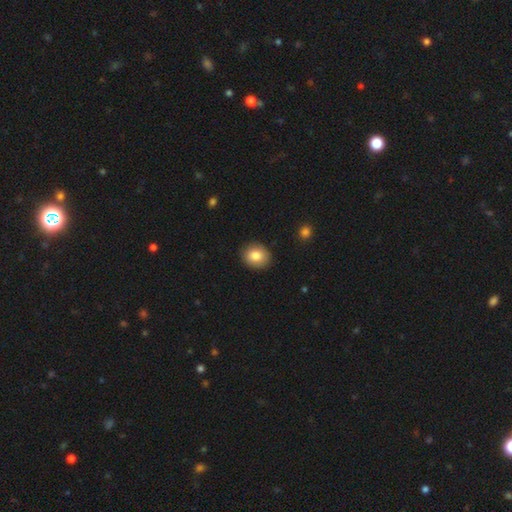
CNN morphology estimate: smooth-or-featured: smooth: 85% | star or artifact: 8% | featured or disk: 8%
  how-rounded: round: 62% | in between: 37% | cigar-shaped: 1%
  merging: none: 89% | minor disturbance: 8% | major disturbance: 2% | merger: 1%